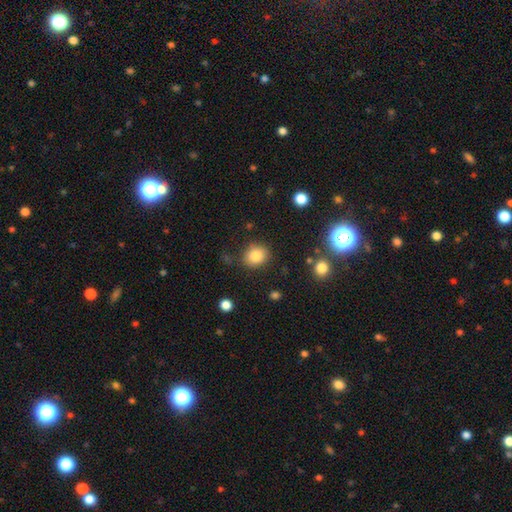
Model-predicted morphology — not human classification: Smooth or featured: smooth — 82% (star or artifact — 11%)
How rounded: round — 73% (in between — 26%)
Merging: none — 82% (minor disturbance — 11%)